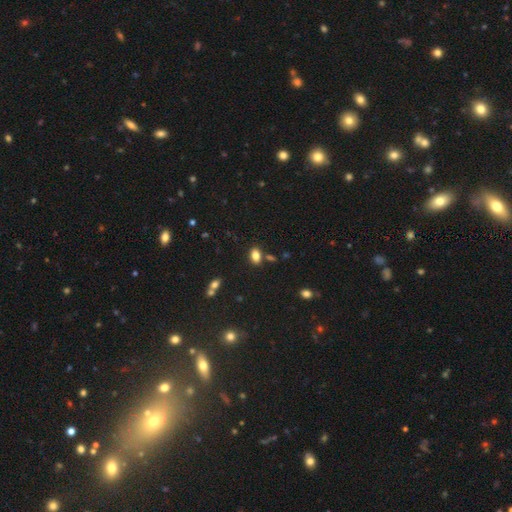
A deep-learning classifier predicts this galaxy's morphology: The model was most divided on "merging": none: 76%, minor disturbance: 11%, merger: 10%, major disturbance: 3%. More confident: how rounded — in between (86%); smooth or featured — smooth (81%).